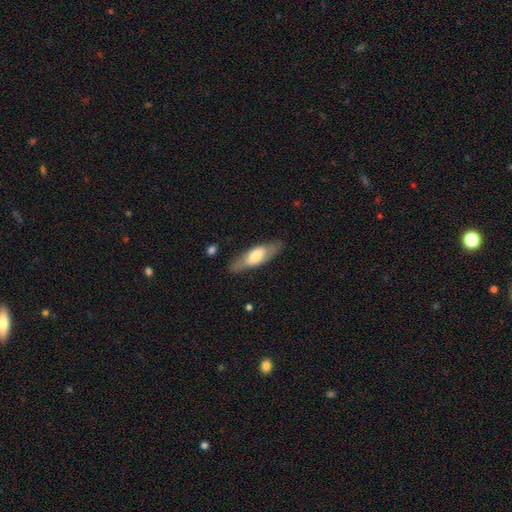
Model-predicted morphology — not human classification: Q: Smooth or featured?
A: smooth (54%); runner-up: featured or disk (40%)
Q: How rounded?
A: in between (55%); runner-up: cigar-shaped (43%)
Q: Merging?
A: none (78%); runner-up: minor disturbance (15%)